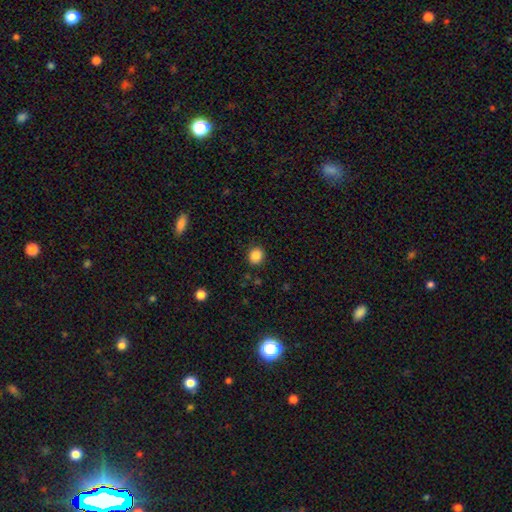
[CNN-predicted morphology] The model was most divided on "how rounded": round: 76%, in between: 23%, cigar-shaped: 1%. More confident: merging — none (87%); smooth or featured — smooth (87%).